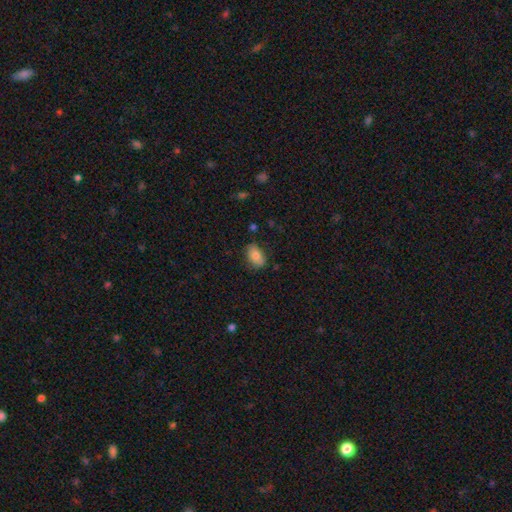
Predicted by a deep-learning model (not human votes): smooth_or_featured: smooth (p=0.79) [alt: featured or disk p=0.13]
how_rounded: in between (p=0.88) [alt: round p=0.10]
merging: none (p=0.78) [alt: minor disturbance p=0.17]